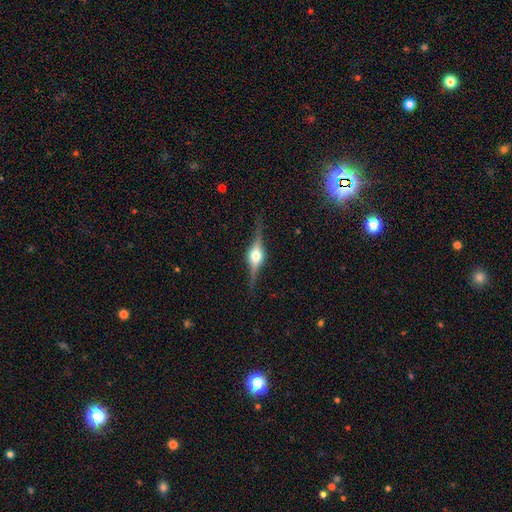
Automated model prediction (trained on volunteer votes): Morphology: type=featured or disk (83%); edge-on=yes (97%); edge-on bulge=rounded (93%); merging=none (87%).